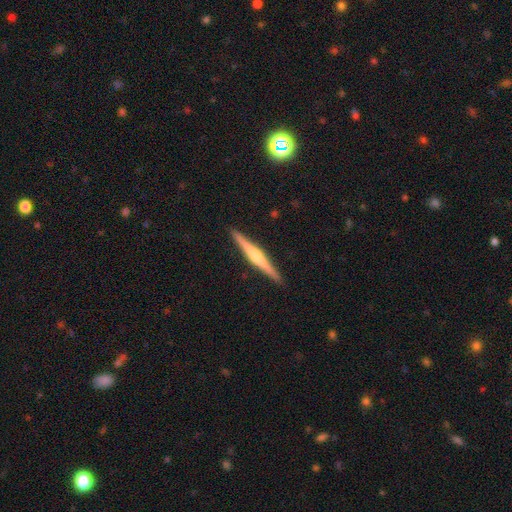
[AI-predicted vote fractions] Overall: featured or disk (73%). Edge-on disk: yes (98%). Edge-on bulge: rounded (81%). Merging: none (92%).